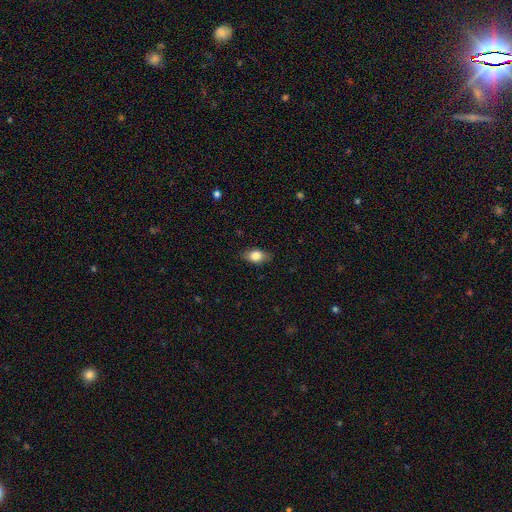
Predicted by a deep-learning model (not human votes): Smooth or featured? smooth (81%)
How rounded? in between (85%)
Merging? none (84%)